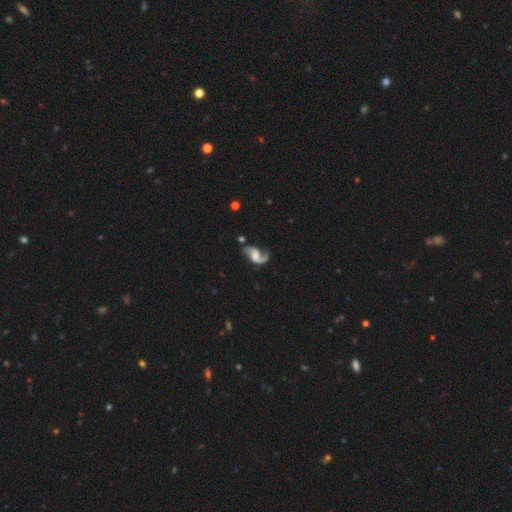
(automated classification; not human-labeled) Overall: featured or disk (88%). Edge-on disk: no (98%). Bar: no (47%; weak 41%). Spiral arms: yes (97%). Spiral arm count: 2 (86%). Spiral winding: loose (59%; medium 34%). Bulge size: none (35%; moderate 26%). Merging: none (62%).